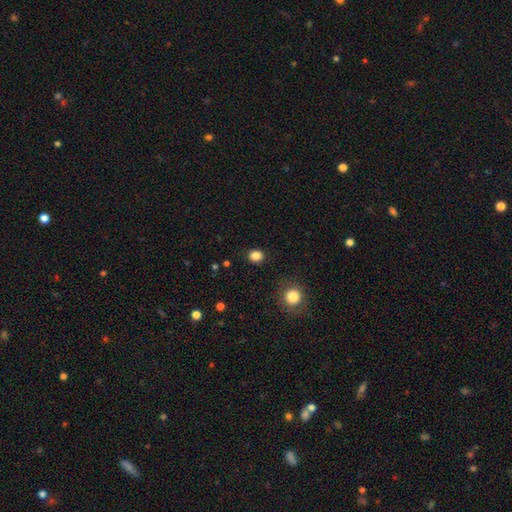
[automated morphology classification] A smooth galaxy with no disk features (84%) that is round (75%).

Vote fractions:
- Smooth or featured? smooth: 84% / star or artifact: 12% / featured or disk: 4%
- How rounded? round: 75% / in between: 24% / cigar-shaped: 1%
- Merging? none: 89% / minor disturbance: 7% / major disturbance: 2% / merger: 1%